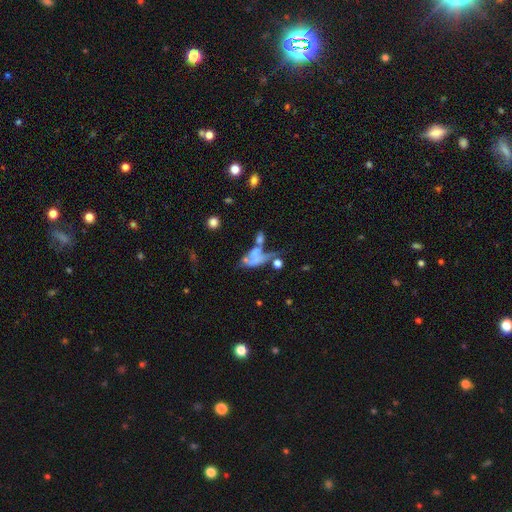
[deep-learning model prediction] Morphology: type=featured or disk (46%); merging=merger (42%).